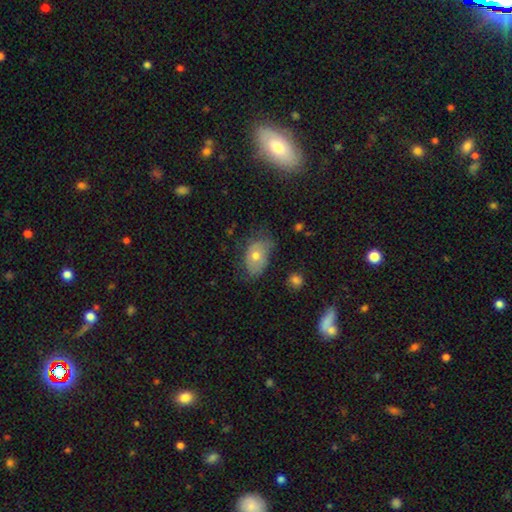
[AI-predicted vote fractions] This appears to be a smooth galaxy with no disk features (60%) that is in between round and cigar-shaped (84%). Merging: none (48%).